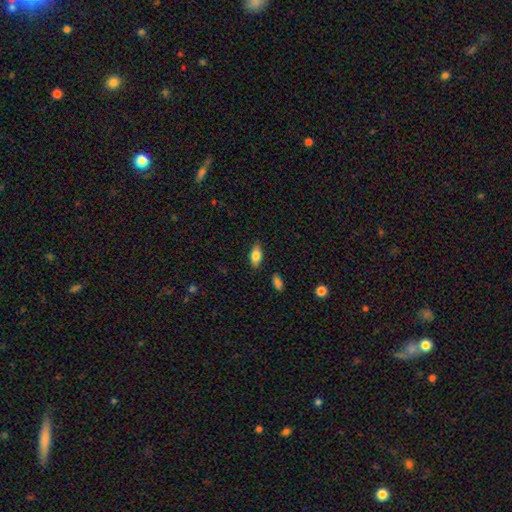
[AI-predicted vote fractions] Smooth or featured? Predicted: smooth (p=0.80). How rounded? Predicted: in between (p=0.88). Merging? Predicted: none (p=0.85).